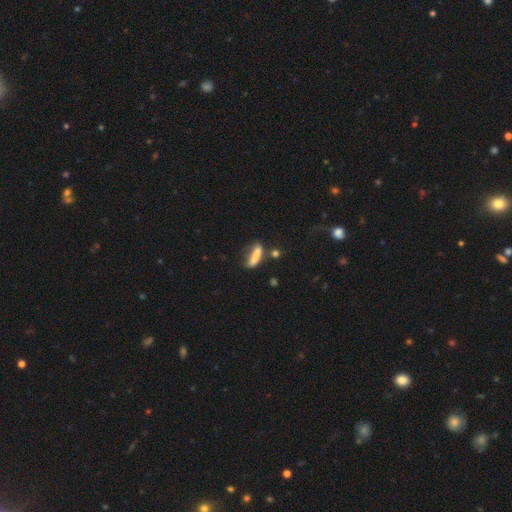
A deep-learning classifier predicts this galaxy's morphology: A smooth galaxy with no disk features (76%) that is cigar-shaped (69%).

Vote fractions:
- Smooth or featured? smooth: 76% / featured or disk: 16% / star or artifact: 9%
- How rounded? cigar-shaped: 69% / in between: 29% / round: 3%
- Merging? none: 50% / minor disturbance: 25% / merger: 13% / major disturbance: 12%